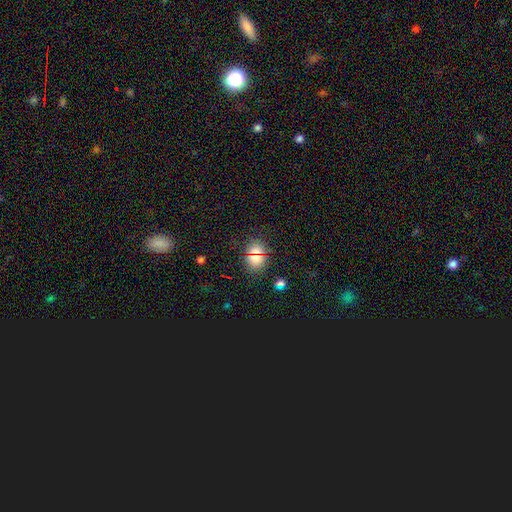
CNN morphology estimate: A smooth galaxy with no disk features (67%) that is round (62%). Merging: none (85%).